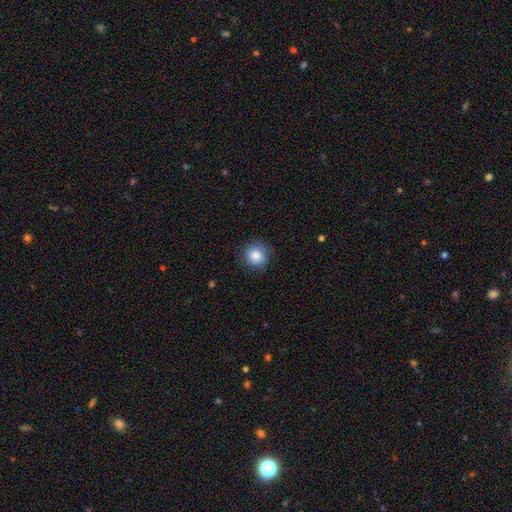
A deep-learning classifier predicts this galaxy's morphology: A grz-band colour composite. It shows a smooth galaxy with no disk features (85%) that is round (92%). Merging: none (86%).